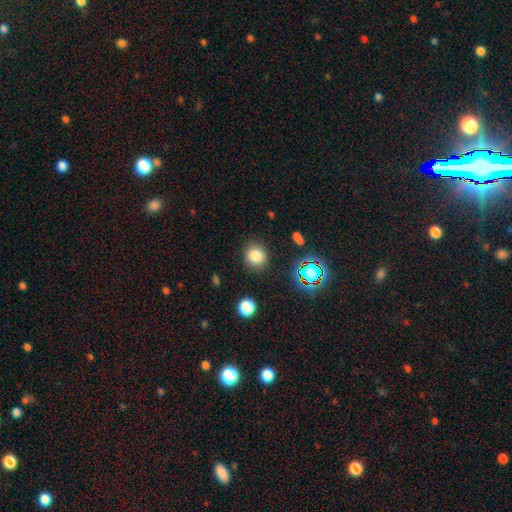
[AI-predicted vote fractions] smooth 80%, star or artifact 14%, featured or disk 6%. Down the decision tree: how rounded — round (83%); merging — none (85%).